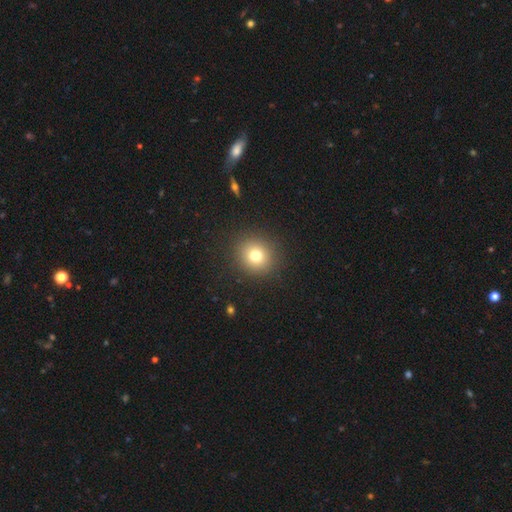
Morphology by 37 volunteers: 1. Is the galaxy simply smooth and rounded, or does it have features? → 81% smooth, 11% featured or disk, 8% star or artifact.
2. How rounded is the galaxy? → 97% round, 3% in between, 0% cigar-shaped.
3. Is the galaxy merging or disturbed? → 91% none, 6% minor disturbance, 3% major disturbance, 0% merger.